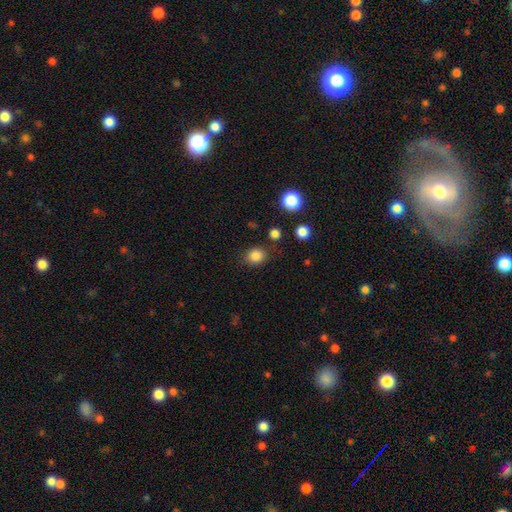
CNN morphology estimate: Q: Smooth or featured?
A: smooth (84%); runner-up: star or artifact (11%)
Q: How rounded?
A: round (69%); runner-up: in between (30%)
Q: Merging?
A: none (82%); runner-up: minor disturbance (11%)